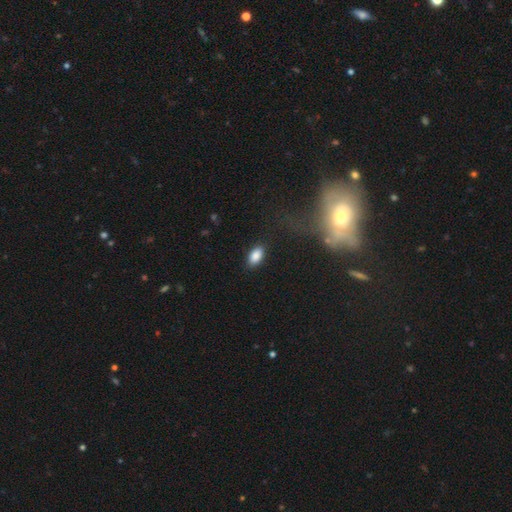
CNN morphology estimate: smooth_or_featured: smooth (p=0.87) [alt: star or artifact p=0.08]
how_rounded: in between (p=0.92) [alt: round p=0.05]
merging: none (p=0.85) [alt: minor disturbance p=0.11]